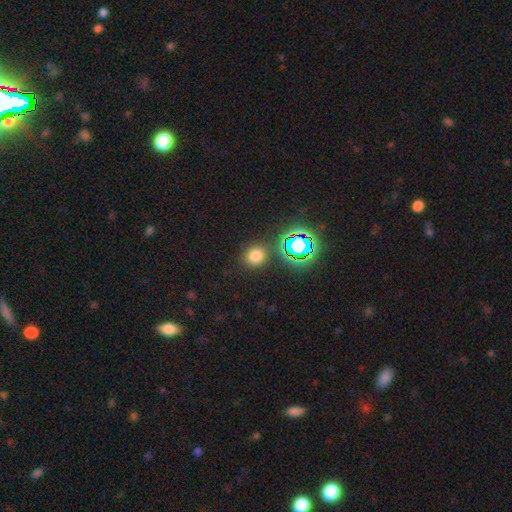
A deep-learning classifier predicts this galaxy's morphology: The model was most divided on "smooth or featured": smooth: 69%, star or artifact: 25%, featured or disk: 6%. More confident: merging — none (84%); how rounded — round (73%).